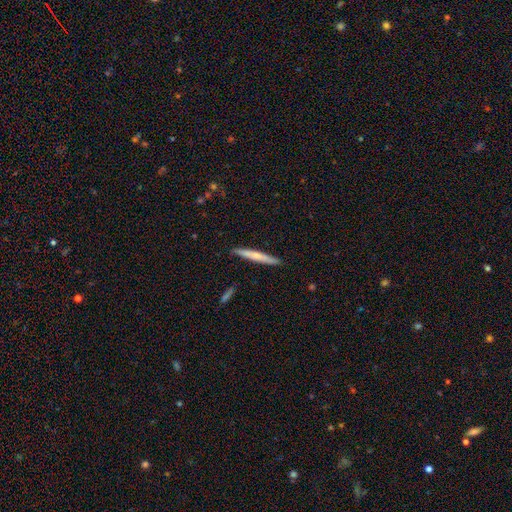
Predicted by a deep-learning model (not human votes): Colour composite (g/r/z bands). It shows a smooth galaxy with no disk features (57%) that is cigar-shaped (95%). Merging: none (91%).